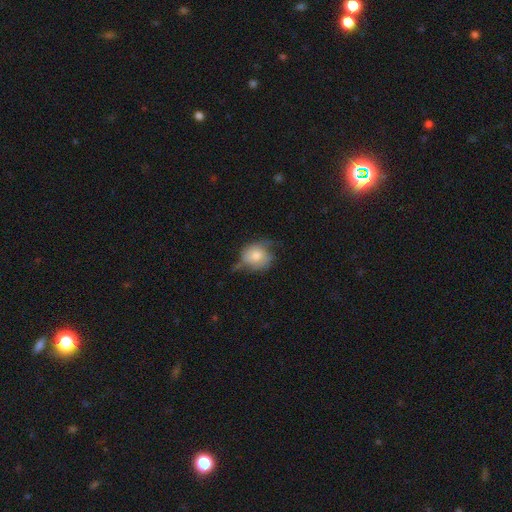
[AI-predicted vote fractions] Overall: smooth (55%; featured or disk 37%). How rounded: round (65%; in between 33%). Merging: none (40%; minor disturbance 36%).